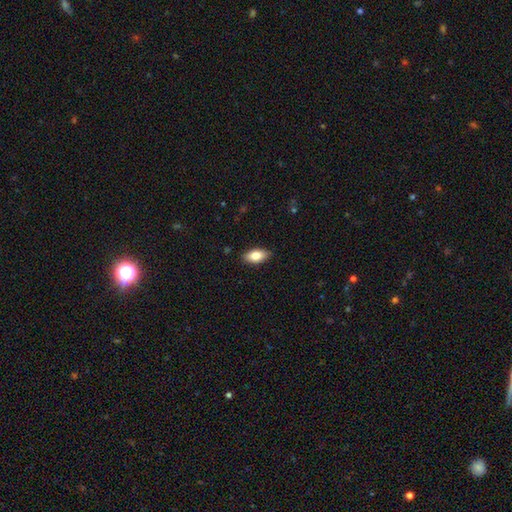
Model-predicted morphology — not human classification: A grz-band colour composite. It shows a smooth galaxy with no disk features (81%) that is in between round and cigar-shaped (91%). Merging: none (87%).